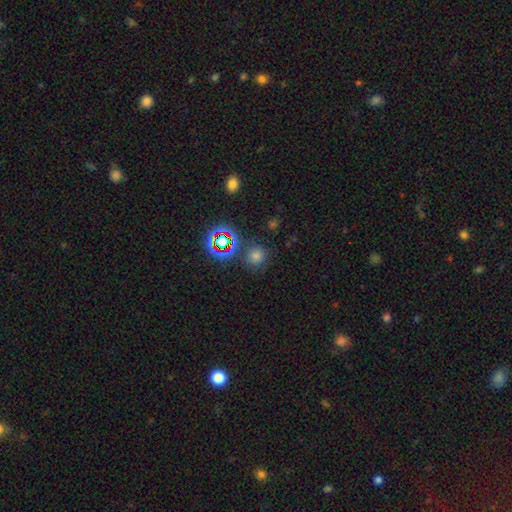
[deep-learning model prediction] Smooth or featured? smooth (62%)
How rounded? round (90%)
Merging? none (80%)